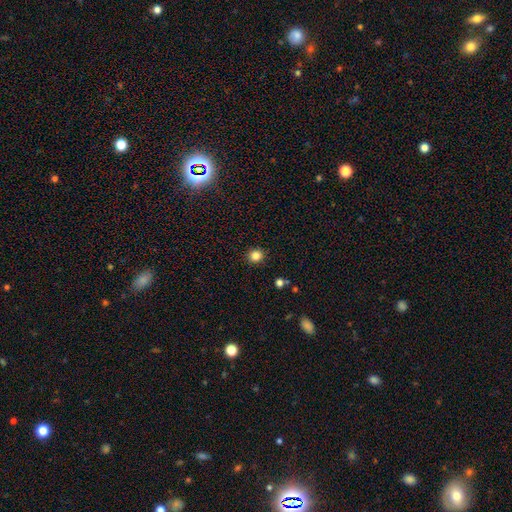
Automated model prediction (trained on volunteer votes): smooth_or_featured: smooth (p=0.84) [alt: star or artifact p=0.12]
how_rounded: round (p=0.86) [alt: in between p=0.13]
merging: none (p=0.91) [alt: minor disturbance p=0.06]